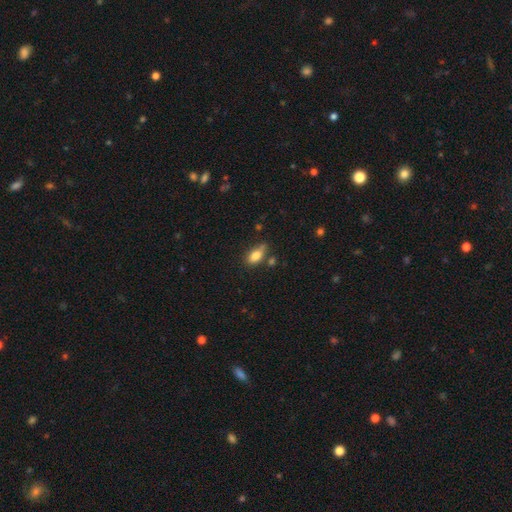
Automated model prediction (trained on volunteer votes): Smooth or featured? Predicted: smooth (p=0.82). How rounded? Predicted: in between (p=0.87). Merging? Predicted: none (p=0.62).